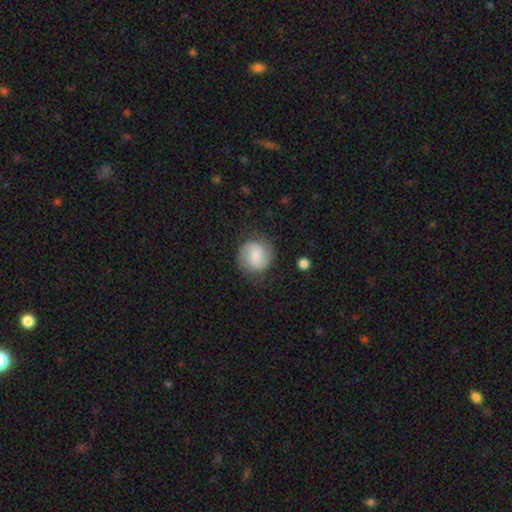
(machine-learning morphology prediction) Q: Smooth or featured?
A: smooth (57%); runner-up: featured or disk (35%)
Q: How rounded?
A: round (87%); runner-up: in between (12%)
Q: Merging?
A: none (76%); runner-up: minor disturbance (16%)